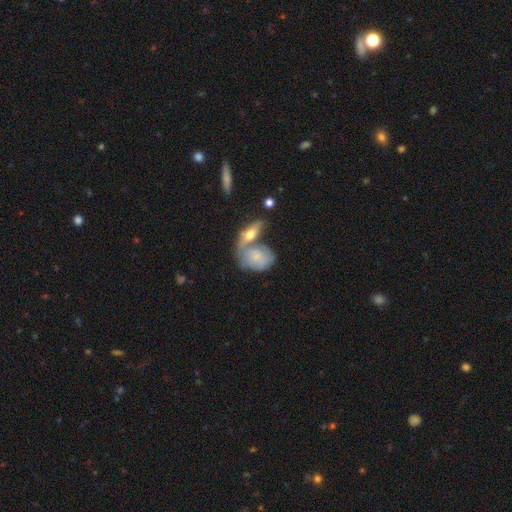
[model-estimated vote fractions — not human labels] This is possibly a smooth galaxy (49%). Merging: possibly merger (46%).